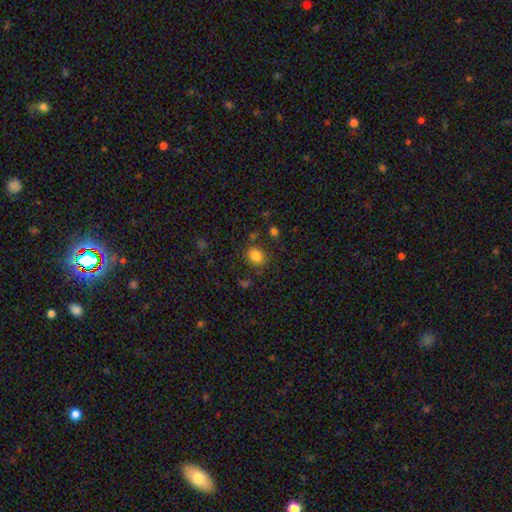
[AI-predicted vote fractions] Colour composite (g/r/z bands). It shows a smooth galaxy with no disk features (82%) that is round (76%). Merging: none (77%).